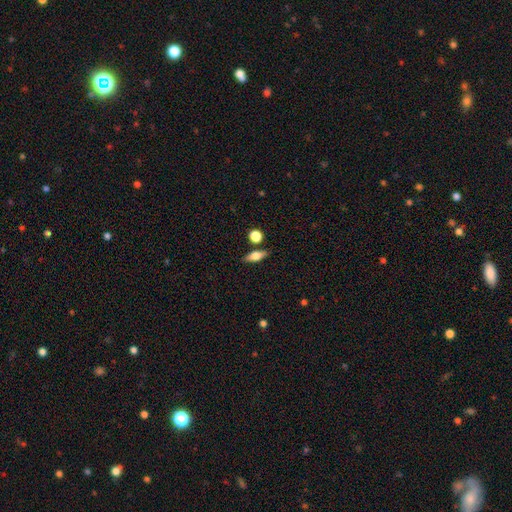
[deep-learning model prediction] Smooth or featured?
  - smooth: 59% *
  - featured or disk: 32%
  - star or artifact: 9%
How rounded?
  - in between: 63% *
  - cigar-shaped: 30%
  - round: 8%
Merging?
  - none: 81% *
  - minor disturbance: 11%
  - merger: 6%
  - major disturbance: 3%